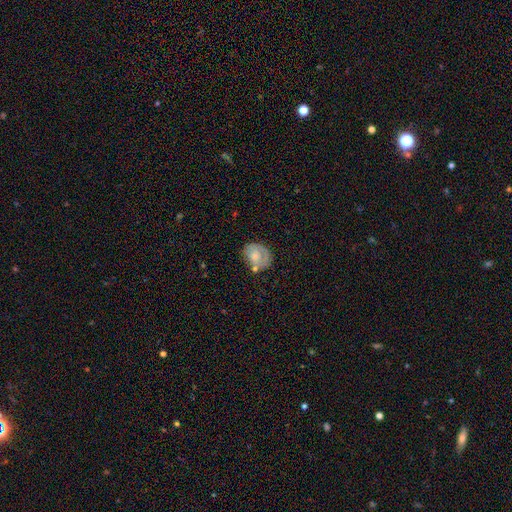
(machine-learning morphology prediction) Smooth or featured? smooth (55%)
How rounded? in between (51%)
Merging? none (52%)